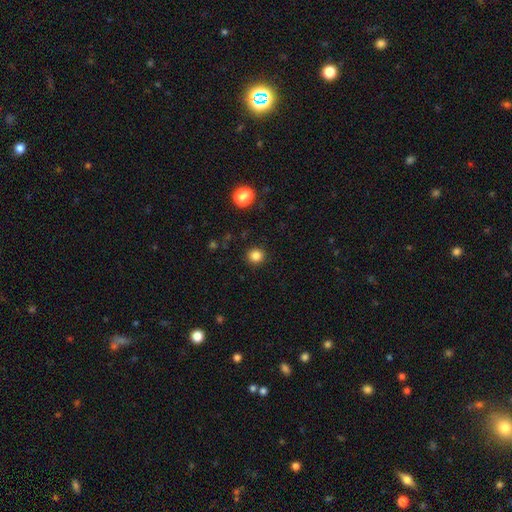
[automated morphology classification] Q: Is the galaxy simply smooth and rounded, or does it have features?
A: smooth — 83%.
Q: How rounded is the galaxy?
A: round — 92%.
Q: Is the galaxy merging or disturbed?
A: none — 91%.